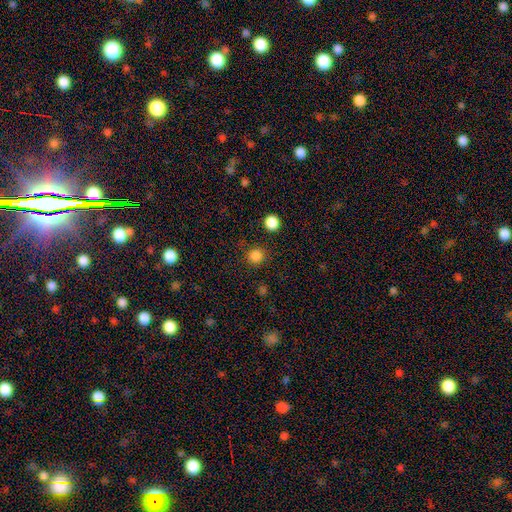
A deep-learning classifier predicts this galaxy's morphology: Smooth or featured? Predicted: smooth (p=0.83). How rounded? Predicted: round (p=0.93). Merging? Predicted: none (p=0.87).